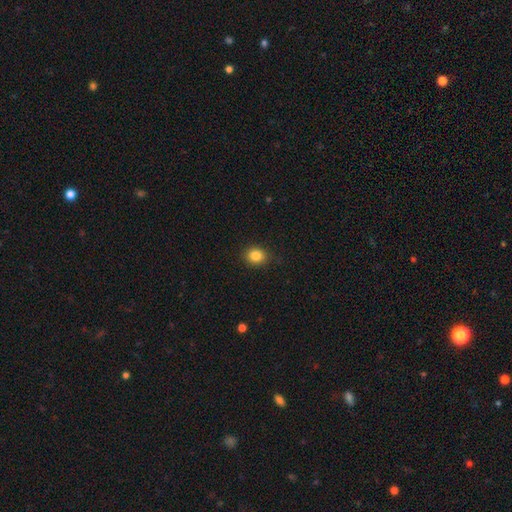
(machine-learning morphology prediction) This appears to be a smooth galaxy with no disk features (85%) that is round (66%). Merging: none (87%).